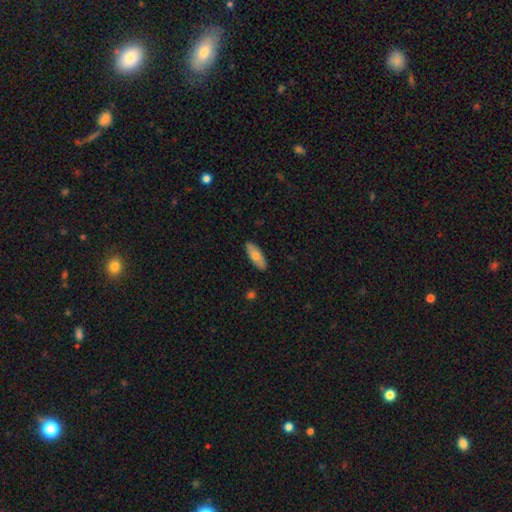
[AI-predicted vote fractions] The model was most divided on "how rounded": in between: 70%, cigar-shaped: 27%, round: 2%. More confident: merging — none (89%); smooth or featured — smooth (71%).